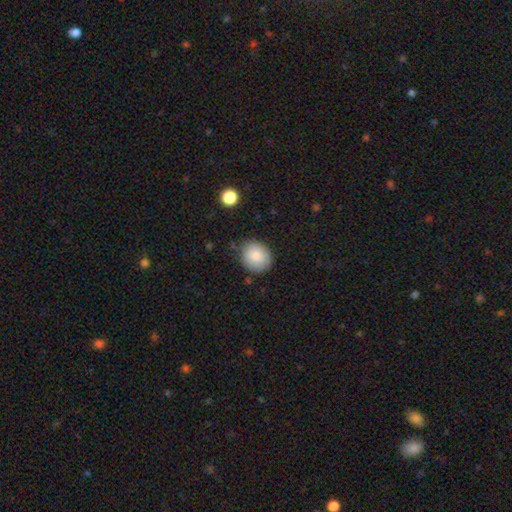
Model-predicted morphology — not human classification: smooth-or-featured: smooth: 86% | star or artifact: 7% | featured or disk: 7%
  how-rounded: round: 71% | in between: 28% | cigar-shaped: 1%
  merging: none: 80% | minor disturbance: 15% | major disturbance: 3% | merger: 2%